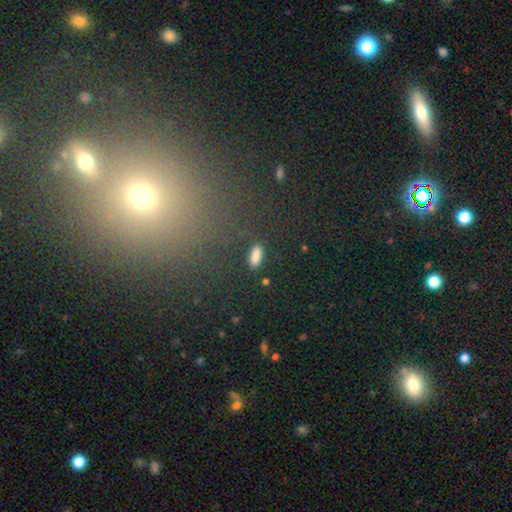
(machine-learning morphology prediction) type=smooth (83%); roundness=in between (78%); merging=none (86%).